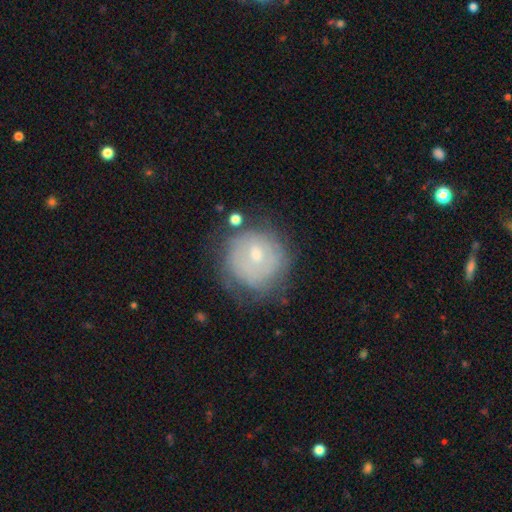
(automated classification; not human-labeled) Morphology: type=featured or disk (49%); merging=none (64%).